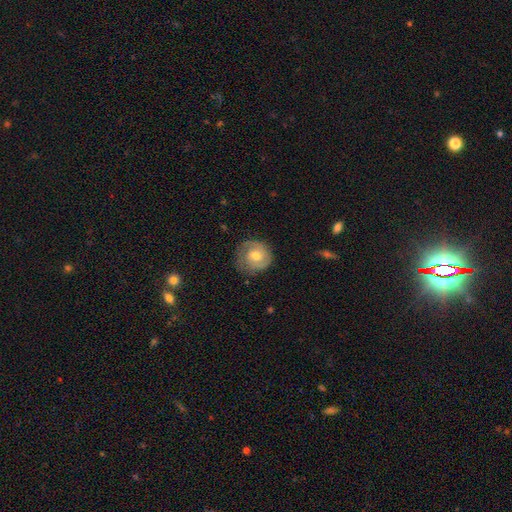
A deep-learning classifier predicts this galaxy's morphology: Overall: featured or disk (56%; smooth 38%). Edge-on disk: no (97%). Bar: no (59%; weak 35%). Spiral arms: yes (80%). Bulge size: moderate (70%). Merging: none (71%).